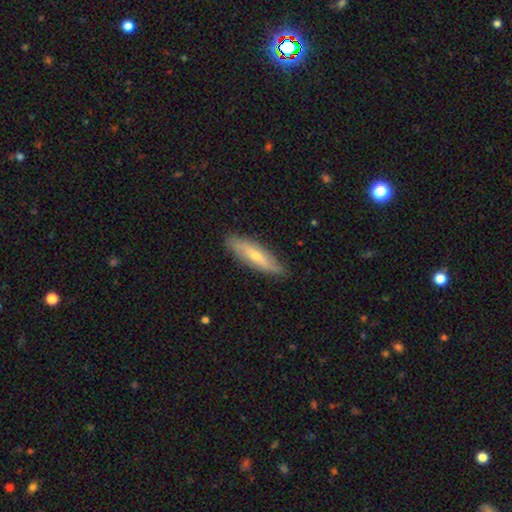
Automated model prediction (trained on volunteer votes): Morphology: type=smooth (49%); merging=none (83%).